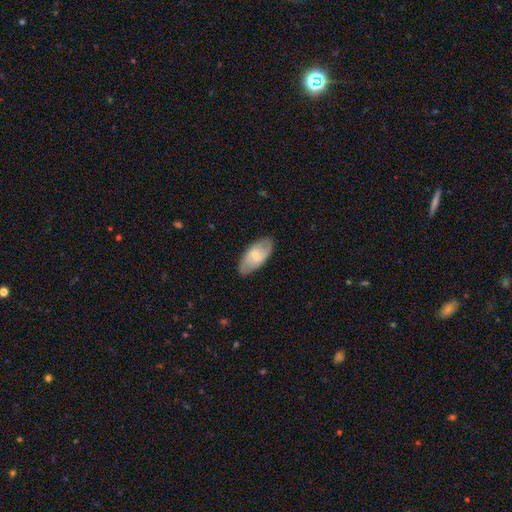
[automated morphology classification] Smooth or featured? Predicted: smooth (p=0.52). How rounded? Predicted: in between (p=0.91). Merging? Predicted: none (p=0.82).